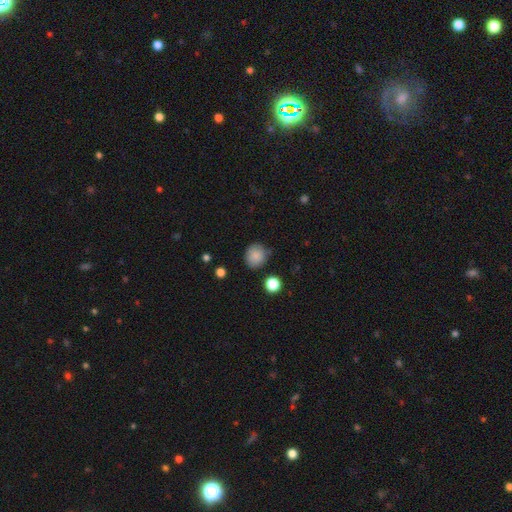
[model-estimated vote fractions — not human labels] smooth-or-featured: smooth: 86% | star or artifact: 9% | featured or disk: 5%
  how-rounded: round: 81% | in between: 18% | cigar-shaped: 1%
  merging: none: 80% | minor disturbance: 14% | major disturbance: 3% | merger: 3%